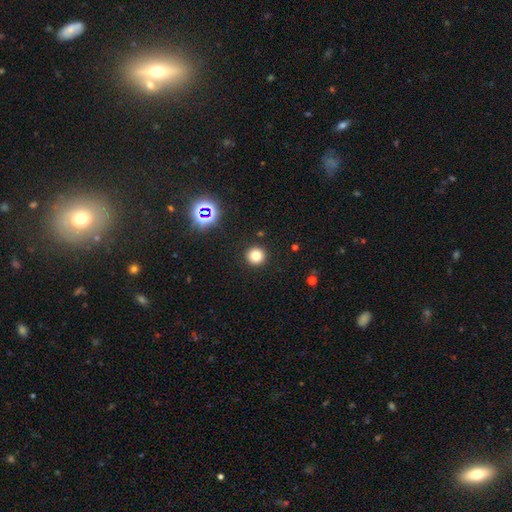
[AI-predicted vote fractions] Morphology: type=smooth (77%); roundness=round (95%); merging=none (92%).